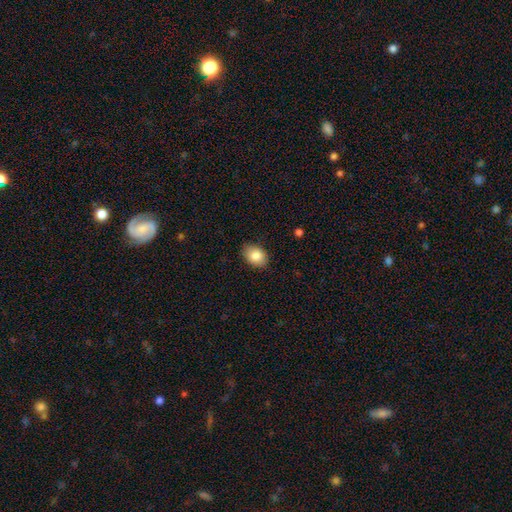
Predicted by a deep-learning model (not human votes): smooth-or-featured: smooth: 85% | star or artifact: 8% | featured or disk: 7%
  how-rounded: in between: 75% | round: 24% | cigar-shaped: 1%
  merging: none: 87% | minor disturbance: 10% | major disturbance: 2% | merger: 1%